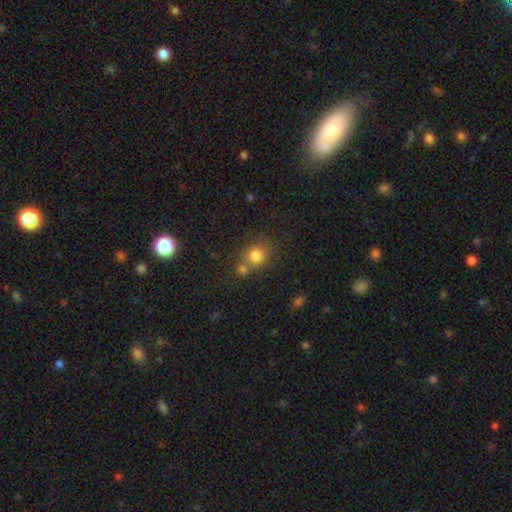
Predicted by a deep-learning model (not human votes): This is likely a smooth galaxy (79%). How rounded: likely round (78%). Merging: possibly none (52%).